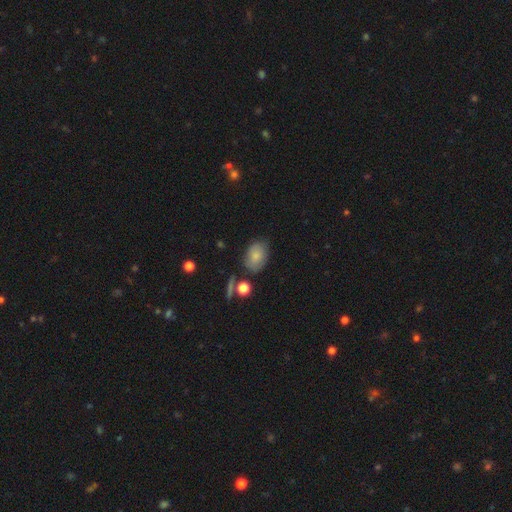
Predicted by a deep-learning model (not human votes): Smooth or featured?
  - smooth: 80% *
  - featured or disk: 12%
  - star or artifact: 9%
How rounded?
  - in between: 79% *
  - round: 19%
  - cigar-shaped: 1%
Merging?
  - none: 72% *
  - minor disturbance: 18%
  - major disturbance: 5%
  - merger: 5%